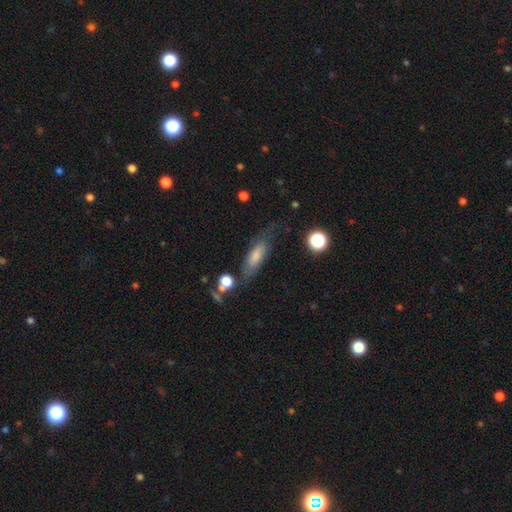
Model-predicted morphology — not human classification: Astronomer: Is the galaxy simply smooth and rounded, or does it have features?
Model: smooth — 57%.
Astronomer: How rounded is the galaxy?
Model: cigar-shaped — 51% (runner-up: in between, 45%).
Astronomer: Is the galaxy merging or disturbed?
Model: none — 66%.